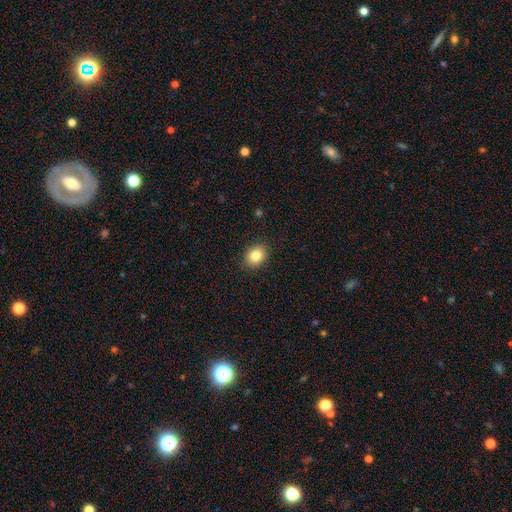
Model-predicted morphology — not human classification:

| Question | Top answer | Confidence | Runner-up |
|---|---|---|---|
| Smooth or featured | smooth | 84% | star or artifact (9%) |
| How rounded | in between | 53% | round (47%) |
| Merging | none | 88% | minor disturbance (9%) |